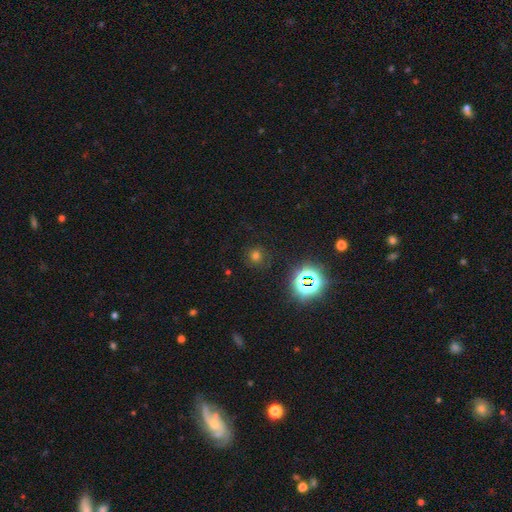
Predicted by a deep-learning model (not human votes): A smooth galaxy with no disk features (62%) that is round (91%).

Vote fractions:
- Smooth or featured? smooth: 62% / star or artifact: 31% / featured or disk: 8%
- How rounded? round: 91% / in between: 8% / cigar-shaped: 1%
- Merging? none: 84% / minor disturbance: 10% / major disturbance: 4% / merger: 2%